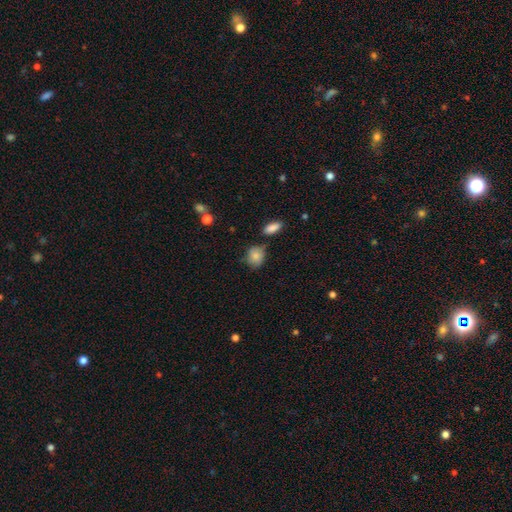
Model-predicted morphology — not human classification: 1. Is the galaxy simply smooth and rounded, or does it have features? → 82% smooth, 10% featured or disk, 8% star or artifact.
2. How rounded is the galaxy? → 55% round, 43% in between, 1% cigar-shaped.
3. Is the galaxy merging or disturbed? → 67% none, 22% minor disturbance, 7% merger, 5% major disturbance.